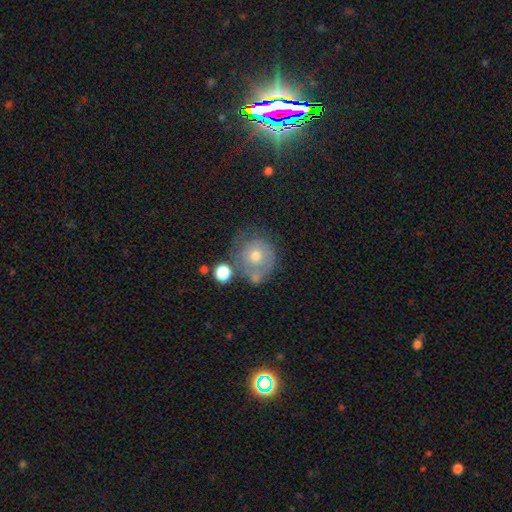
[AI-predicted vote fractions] Q: Smooth or featured?
A: smooth (50%); runner-up: featured or disk (40%)
Q: How rounded?
A: round (83%); runner-up: in between (16%)
Q: Merging?
A: none (48%); runner-up: minor disturbance (23%)